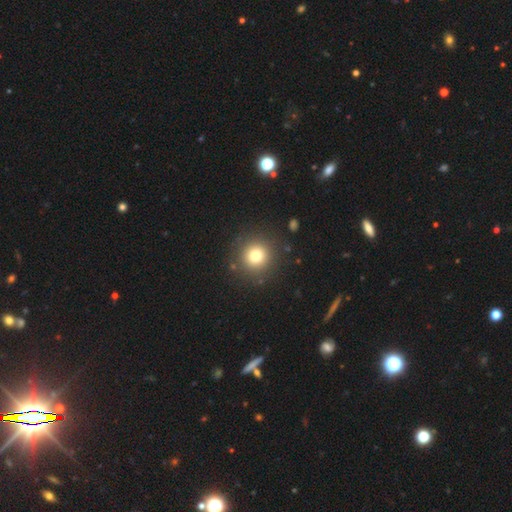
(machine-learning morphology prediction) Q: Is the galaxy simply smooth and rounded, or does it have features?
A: smooth — 76%.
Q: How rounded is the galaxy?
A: round — 94%.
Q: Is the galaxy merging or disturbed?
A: none — 88%.